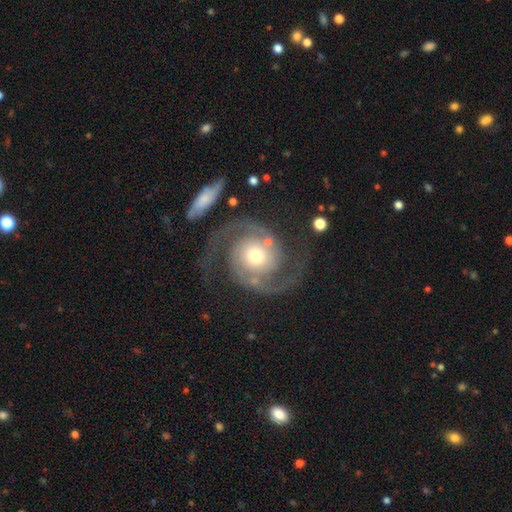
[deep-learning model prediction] Smooth or featured?
  - featured or disk: 91% *
  - smooth: 4%
  - star or artifact: 4%
Edge-on disk?
  - no: 98% *
  - yes: 2%
Bar?
  - no: 76% *
  - weak: 17%
  - strong: 7%
Spiral arms?
  - yes: 98% *
  - no: 2%
Spiral winding?
  - medium: 49% *
  - tight: 38%
  - loose: 13%
Spiral arm count?
  - 2: 94% *
  - can't tell: 2%
  - 3: 1%
  - 1: 1%
  - 4: 1%
  - more than 4: 1%
Bulge size?
  - moderate: 66% *
  - small: 22%
  - large: 9%
  - dominant: 2%
  - none: 1%
Merging?
  - none: 77% *
  - minor disturbance: 12%
  - major disturbance: 8%
  - merger: 4%